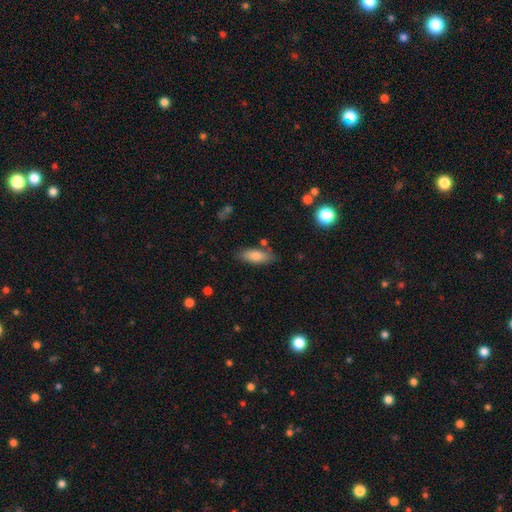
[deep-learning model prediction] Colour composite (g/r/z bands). It shows a smooth galaxy with no disk features (78%) that is in between round and cigar-shaped (74%). Merging: none (78%).